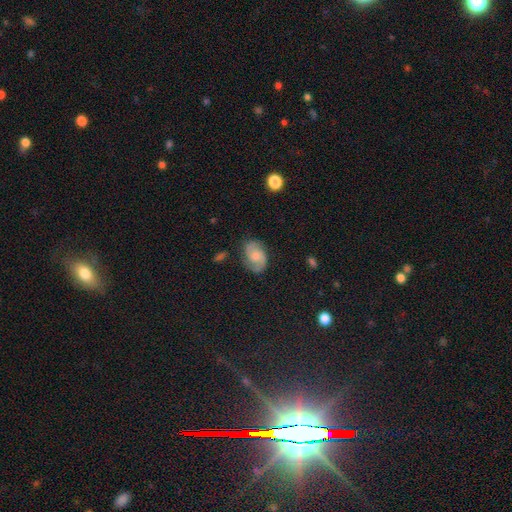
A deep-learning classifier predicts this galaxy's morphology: Smooth or featured?
  - featured or disk: 73% *
  - smooth: 20%
  - star or artifact: 7%
Edge-on disk?
  - no: 97% *
  - yes: 3%
Bar?
  - no: 60% *
  - weak: 35%
  - strong: 5%
Spiral arms?
  - yes: 95% *
  - no: 5%
Spiral winding?
  - medium: 51% *
  - tight: 29%
  - loose: 20%
Spiral arm count?
  - 2: 89% *
  - can't tell: 5%
  - 1: 2%
  - 3: 2%
  - 4: 1%
  - more than 4: 1%
Bulge size?
  - moderate: 36% *
  - small: 32%
  - none: 21%
  - large: 9%
  - dominant: 2%
Merging?
  - none: 76% *
  - minor disturbance: 17%
  - major disturbance: 6%
  - merger: 2%